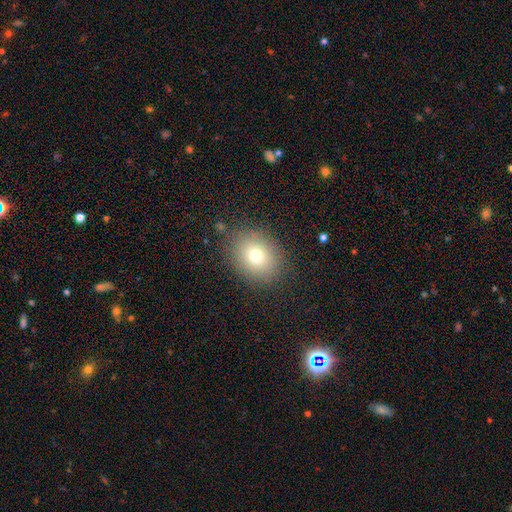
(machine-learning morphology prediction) Smooth or featured? smooth (74%)
How rounded? round (54%)
Merging? none (84%)